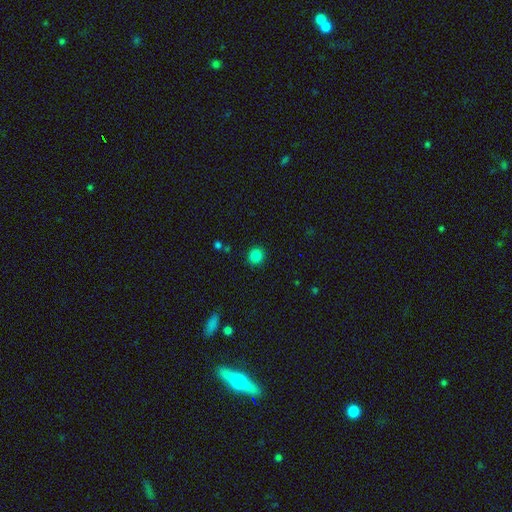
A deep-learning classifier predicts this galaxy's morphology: This is clearly a smooth galaxy (84%). How rounded: clearly round (90%). Merging: clearly none (91%).